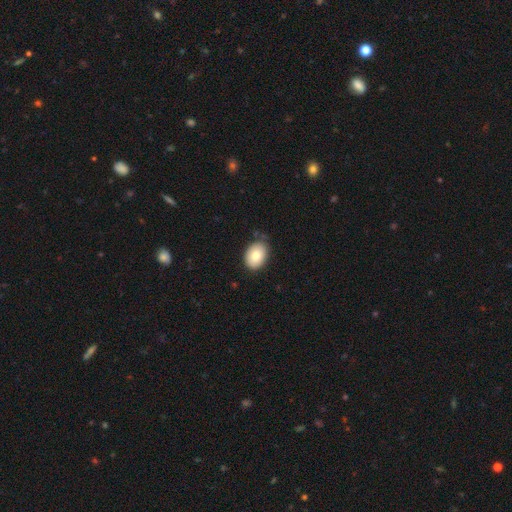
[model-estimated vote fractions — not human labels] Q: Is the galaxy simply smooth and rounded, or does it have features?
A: smooth — 81%.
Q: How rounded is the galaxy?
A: in between — 77%.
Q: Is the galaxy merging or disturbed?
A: none — 76%.